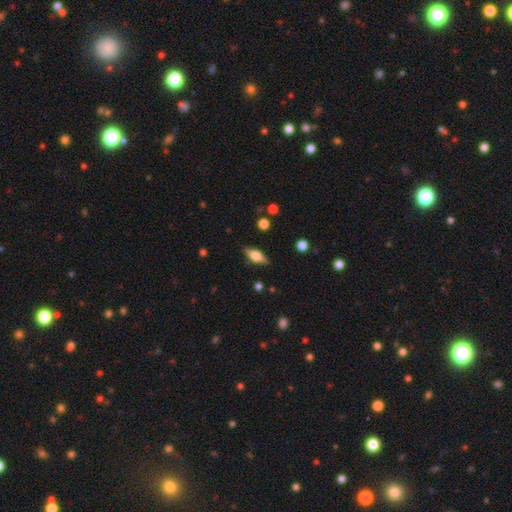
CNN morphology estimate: This appears to be a smooth galaxy with no disk features (61%) that is in between round and cigar-shaped (74%). Merging: none (84%).